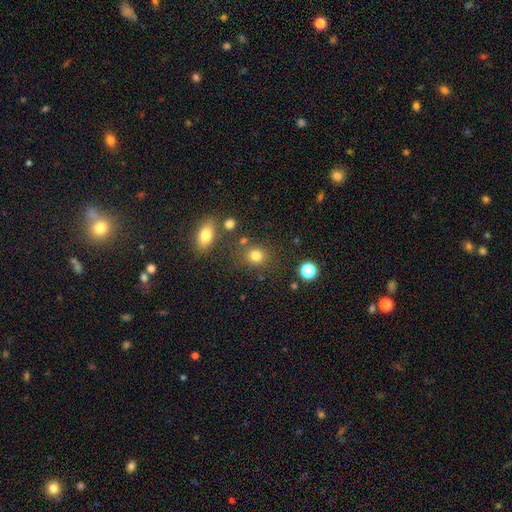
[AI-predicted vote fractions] smooth 79%, star or artifact 14%, featured or disk 7%. Down the decision tree: how rounded — round (77%); merging — none (74%).